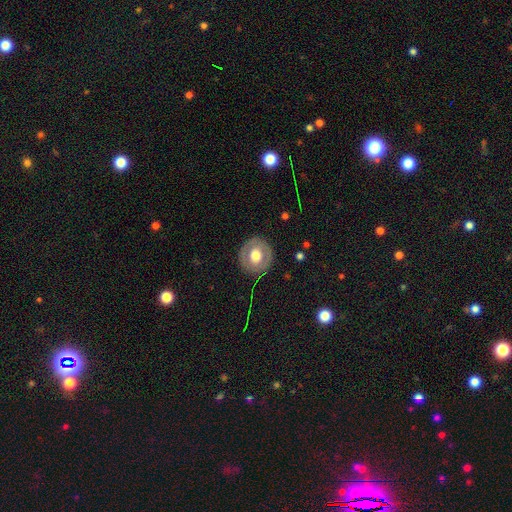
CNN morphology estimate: smooth-or-featured: smooth: 53% | featured or disk: 40% | star or artifact: 7%
  how-rounded: round: 88% | in between: 11% | cigar-shaped: 1%
  merging: none: 86% | minor disturbance: 10% | major disturbance: 4% | merger: 1%